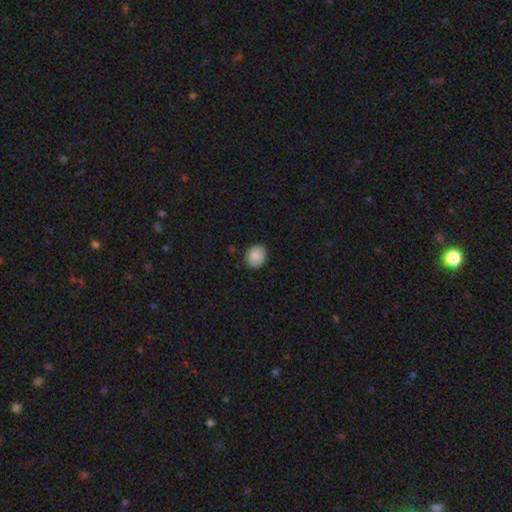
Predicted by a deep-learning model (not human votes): smooth_or_featured: smooth (p=0.89) [alt: star or artifact p=0.08]
how_rounded: round (p=0.58) [alt: in between p=0.41]
merging: none (p=0.87) [alt: minor disturbance p=0.10]